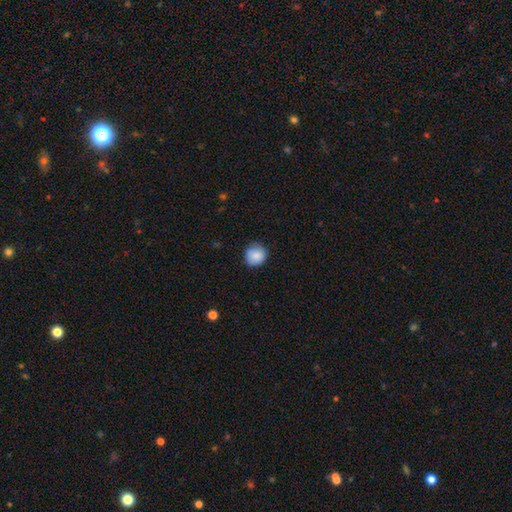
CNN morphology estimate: The model was most divided on "merging": none: 83%, minor disturbance: 14%, major disturbance: 2%, merger: 1%. More confident: how rounded — round (90%); smooth or featured — smooth (86%).